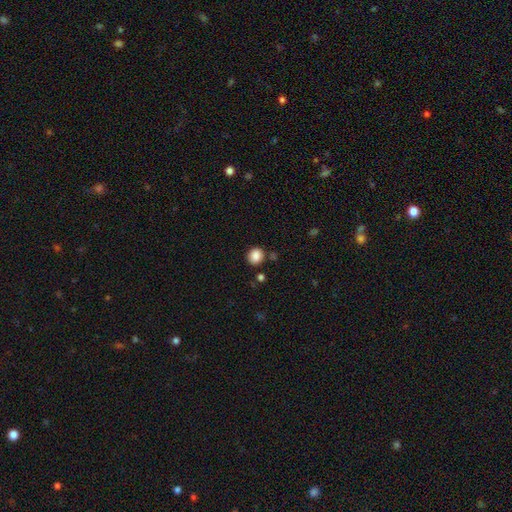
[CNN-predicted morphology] Overall: smooth (87%). How rounded: round (80%). Merging: none (84%).